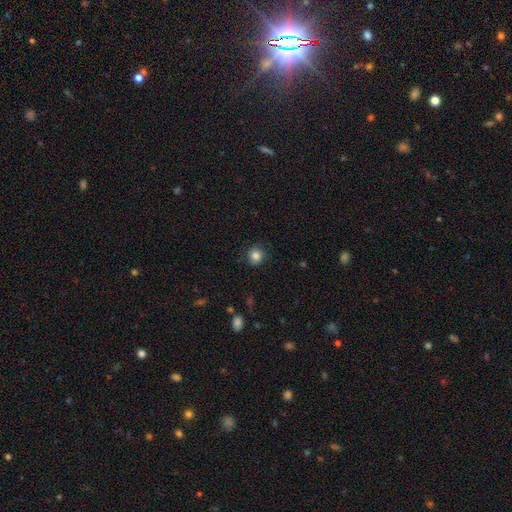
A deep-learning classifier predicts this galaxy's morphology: A smooth galaxy with no disk features (83%) that is round (87%). Merging: none (84%).